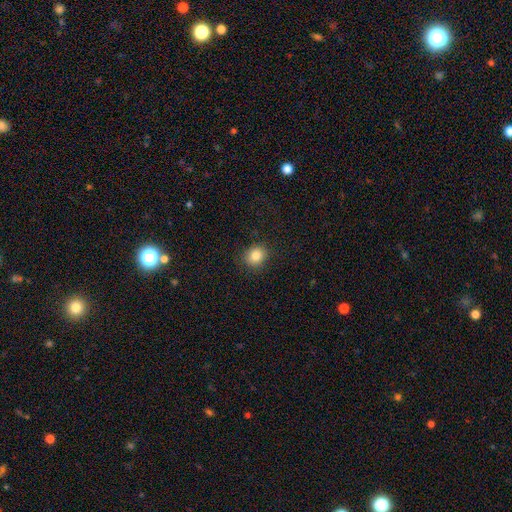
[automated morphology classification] type=smooth (84%); roundness=round (71%); merging=none (88%).